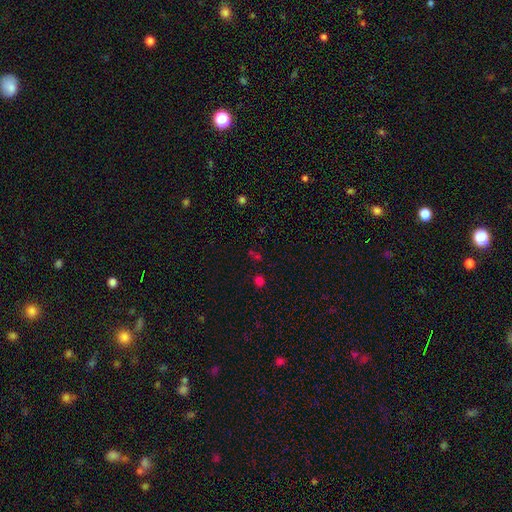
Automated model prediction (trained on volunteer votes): This appears to be a star or artifact, not a galaxy (47%).